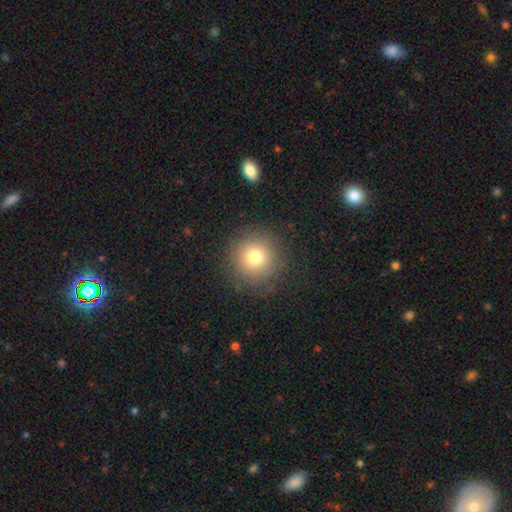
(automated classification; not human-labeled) Smooth or featured? Predicted: smooth (p=0.78). How rounded? Predicted: round (p=0.94). Merging? Predicted: none (p=0.87).